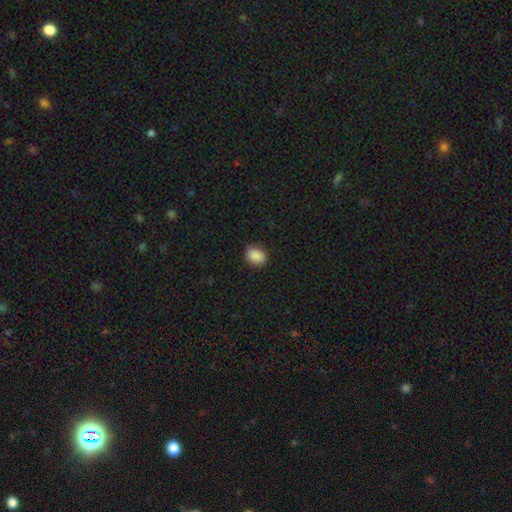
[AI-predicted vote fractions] smooth_or_featured: smooth (p=0.89) [alt: star or artifact p=0.08]
how_rounded: in between (p=0.60) [alt: round p=0.39]
merging: none (p=0.84) [alt: minor disturbance p=0.12]